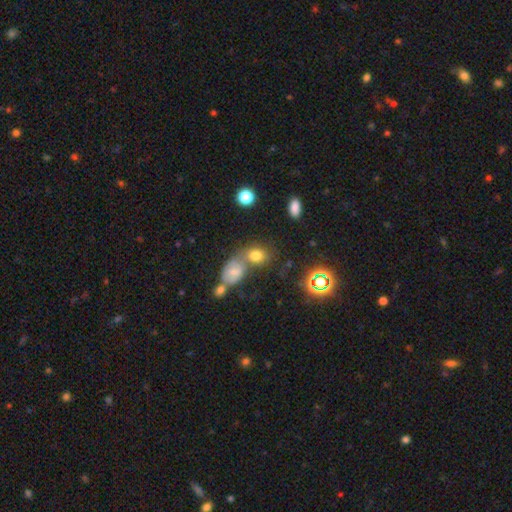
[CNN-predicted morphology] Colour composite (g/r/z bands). It shows a smooth galaxy with no disk features (70%) that is round (49%, tied with in between). Merging: merger (44%).